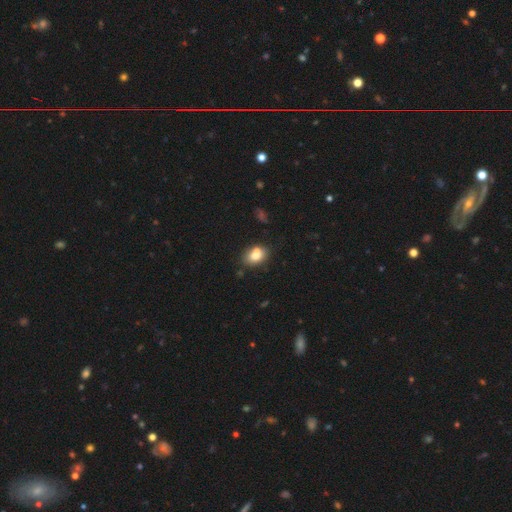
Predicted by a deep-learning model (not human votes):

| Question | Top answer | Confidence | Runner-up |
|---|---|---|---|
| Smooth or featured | smooth | 75% | featured or disk (15%) |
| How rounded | in between | 75% | round (24%) |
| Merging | none | 53% | merger (27%) |